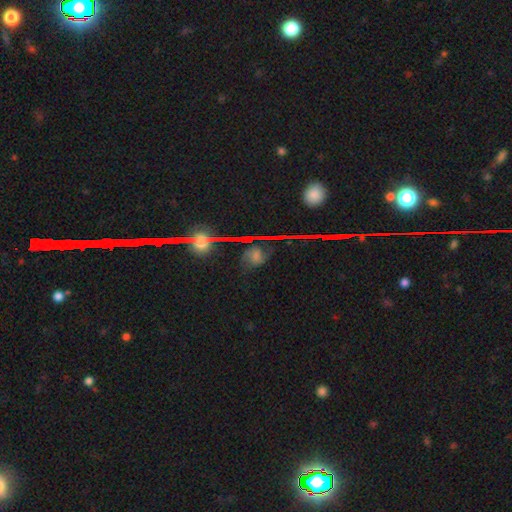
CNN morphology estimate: Overall: featured or disk (40%; star or artifact 38%). Merging: none (67%).